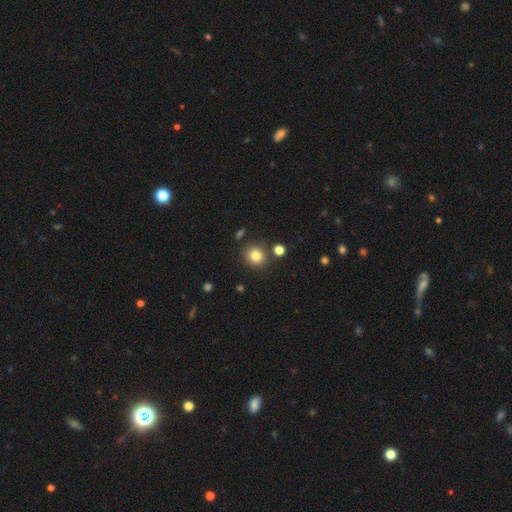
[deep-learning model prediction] smooth 82%, star or artifact 12%, featured or disk 6%. Down the decision tree: how rounded — round (87%); merging — none (82%).